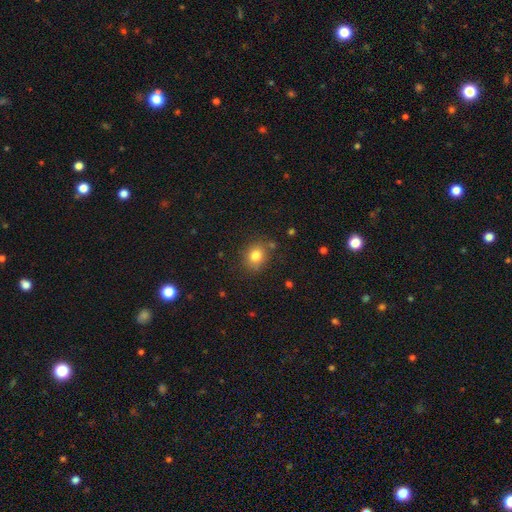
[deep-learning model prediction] The model was most divided on "how rounded": round: 65%, in between: 34%, cigar-shaped: 1%. More confident: smooth or featured — smooth (81%); merging — none (79%).